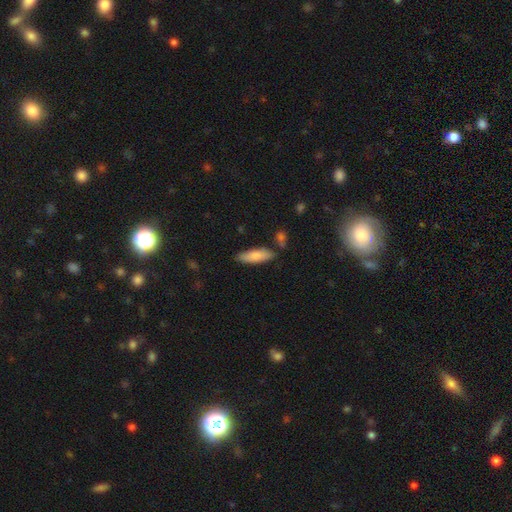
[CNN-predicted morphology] smooth-or-featured: smooth: 80% | featured or disk: 14% | star or artifact: 6%
  how-rounded: cigar-shaped: 49% (tied) | in between: 49% (tied) | round: 2%
  merging: none: 80% | minor disturbance: 14% | merger: 4% | major disturbance: 3%